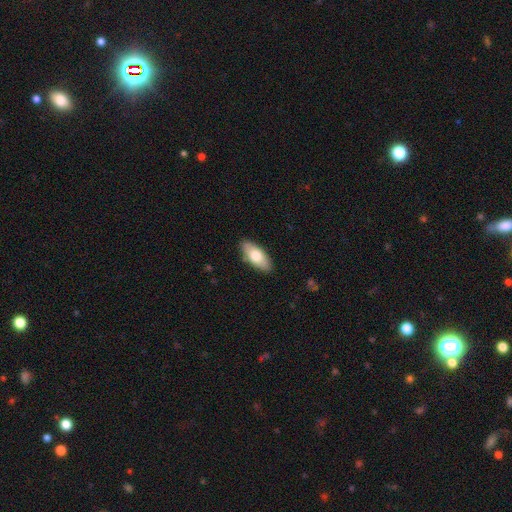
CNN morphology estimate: The model was most divided on "smooth or featured": smooth: 75%, featured or disk: 20%, star or artifact: 6%. More confident: merging — none (87%); how rounded — in between (82%).